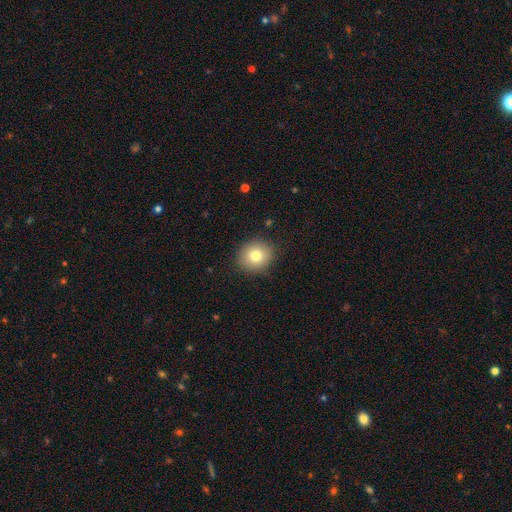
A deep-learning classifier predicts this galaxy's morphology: This appears to be a smooth galaxy with no disk features (78%) that is round (82%). Merging: none (88%).